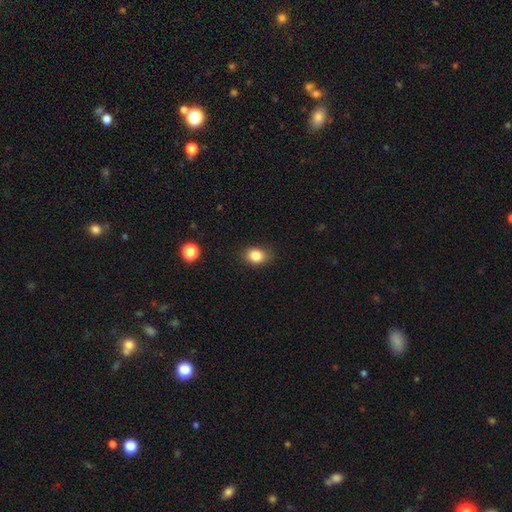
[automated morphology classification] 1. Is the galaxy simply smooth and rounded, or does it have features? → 84% smooth, 10% star or artifact, 6% featured or disk.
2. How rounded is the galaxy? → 58% in between, 41% round, 1% cigar-shaped.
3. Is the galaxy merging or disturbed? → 81% none, 14% minor disturbance, 3% major disturbance, 1% merger.